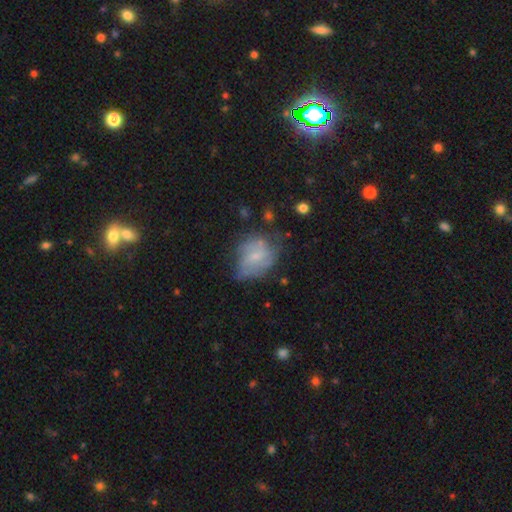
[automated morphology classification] Smooth or featured?
  - featured or disk: 46% *
  - smooth: 45%
  - star or artifact: 9%
Merging?
  - none: 45% *
  - minor disturbance: 33%
  - major disturbance: 17%
  - merger: 5%